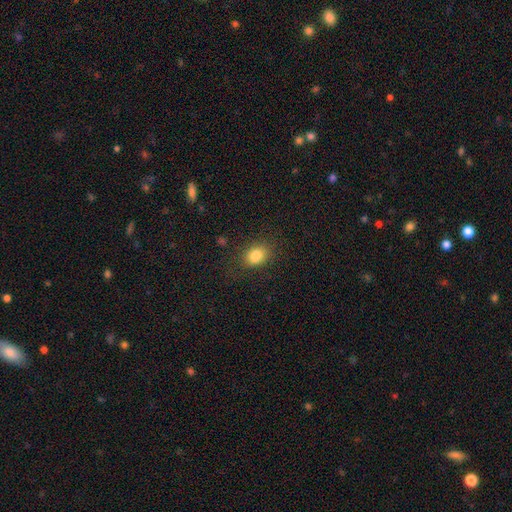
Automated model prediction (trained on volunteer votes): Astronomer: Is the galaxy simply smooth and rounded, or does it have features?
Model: smooth — 84%.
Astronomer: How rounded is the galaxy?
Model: in between — 66%.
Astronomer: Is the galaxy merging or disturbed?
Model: none — 80%.